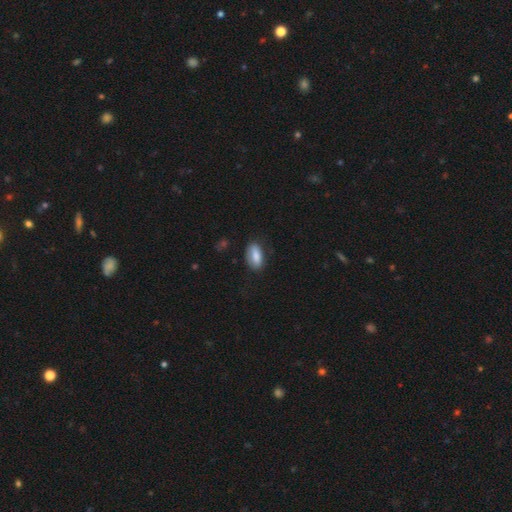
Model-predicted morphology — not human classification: The model was most divided on "merging": none: 75%, minor disturbance: 19%, major disturbance: 5%, merger: 2%. More confident: how rounded — in between (87%); smooth or featured — smooth (82%).